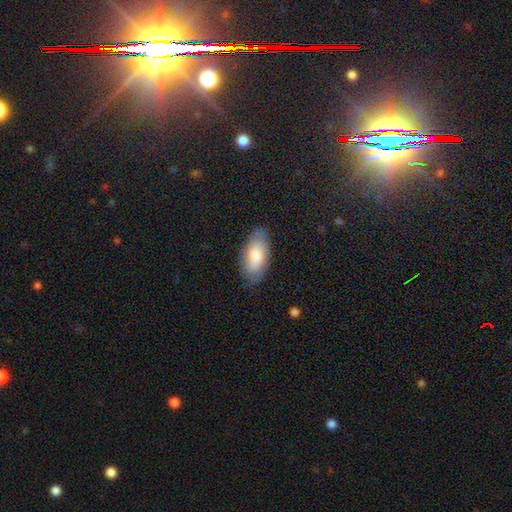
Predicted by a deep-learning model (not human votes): smooth 74%, featured or disk 20%, star or artifact 6%. Down the decision tree: how rounded — in between (92%); merging — none (79%).